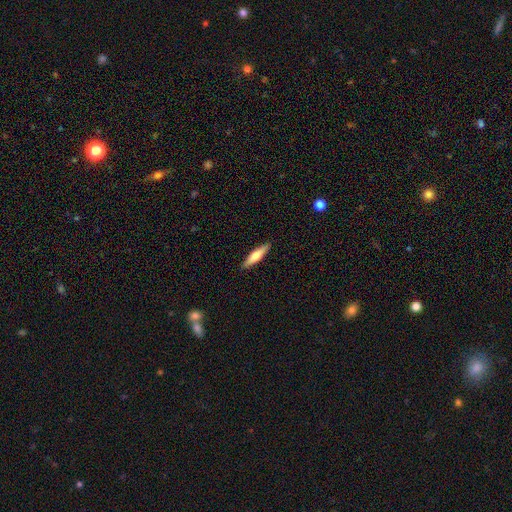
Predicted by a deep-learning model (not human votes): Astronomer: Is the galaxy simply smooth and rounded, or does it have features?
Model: smooth — 60%.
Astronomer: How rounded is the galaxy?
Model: cigar-shaped — 79%.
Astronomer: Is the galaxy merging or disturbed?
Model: none — 90%.